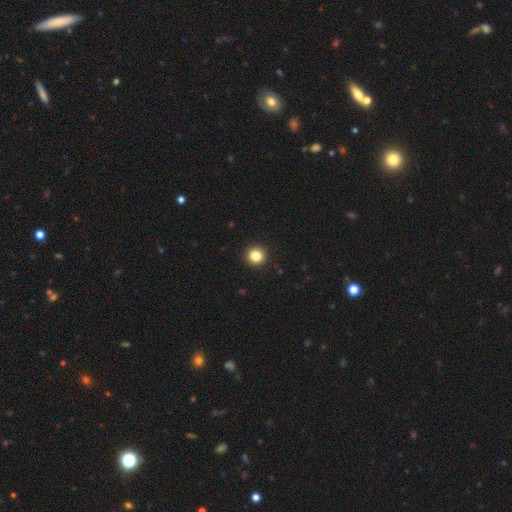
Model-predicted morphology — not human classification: This is clearly a smooth galaxy (84%). How rounded: clearly round (95%). Merging: clearly none (94%).